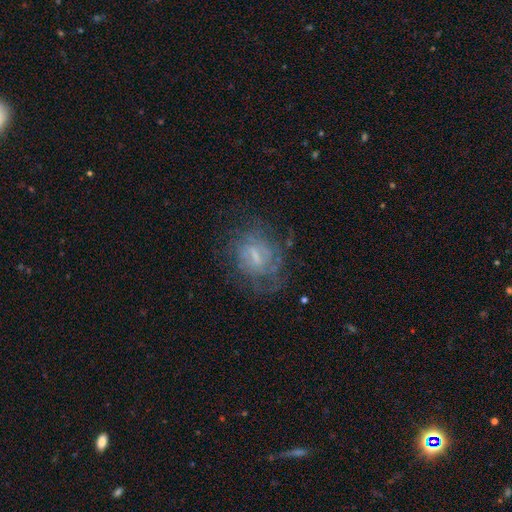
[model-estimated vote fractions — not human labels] smooth-or-featured: featured or disk: 66% | smooth: 23% | star or artifact: 12%
  disk-edge-on: no: 96% | yes: 4%
    bar: weak: 55% | no: 27% | strong: 18%
    has-spiral-arms: yes: 70% | no: 30%
    bulge-size: small: 52% | none: 23% | moderate: 22% | large: 2% | dominant: 1%
  merging: none: 63% | minor disturbance: 19% | major disturbance: 17% | merger: 2%